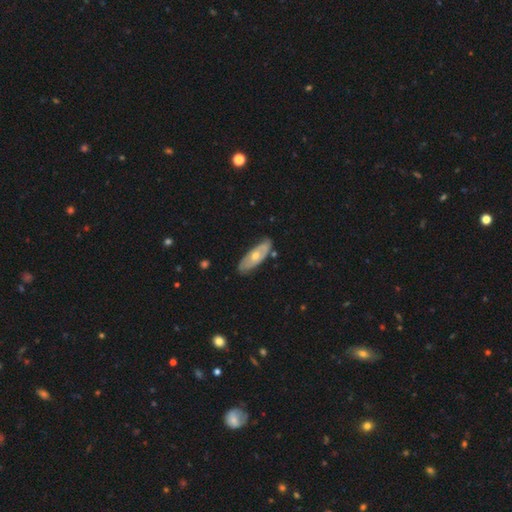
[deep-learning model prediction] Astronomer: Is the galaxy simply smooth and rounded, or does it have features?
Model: featured or disk — 56% (runner-up: smooth, 38%).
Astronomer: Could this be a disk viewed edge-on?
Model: no — 73%.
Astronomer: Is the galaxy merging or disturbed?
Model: none — 83%.